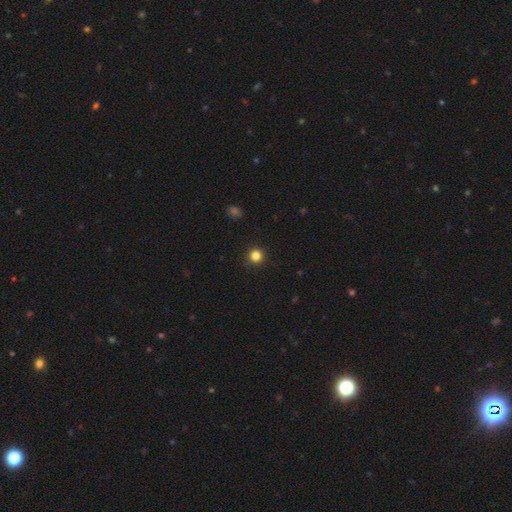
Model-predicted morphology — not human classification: Overall: smooth (84%). How rounded: round (96%). Merging: none (93%).